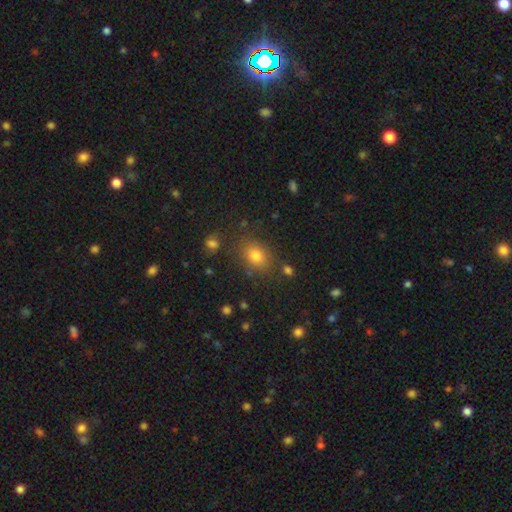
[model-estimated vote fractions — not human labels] Morphology: type=smooth (77%); roundness=in between (59%); merging=none (80%).